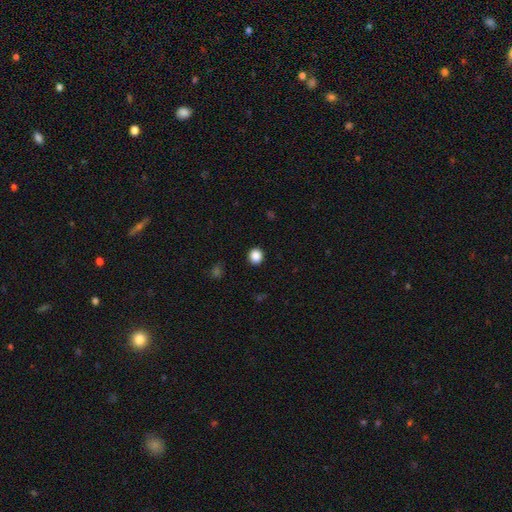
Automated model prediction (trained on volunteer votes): A smooth galaxy with no disk features (87%) that is round (86%).

Vote fractions:
- Smooth or featured? smooth: 87% / star or artifact: 10% / featured or disk: 3%
- How rounded? round: 86% / in between: 13% / cigar-shaped: 1%
- Merging? none: 92% / minor disturbance: 5% / major disturbance: 2% / merger: 1%